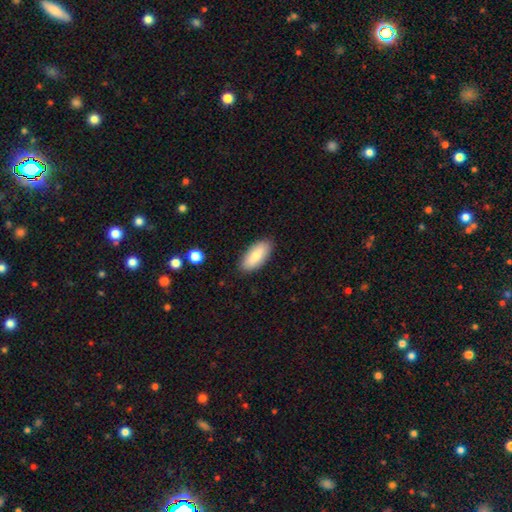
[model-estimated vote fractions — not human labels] Morphology: type=smooth (83%); roundness=in between (88%); merging=none (86%).